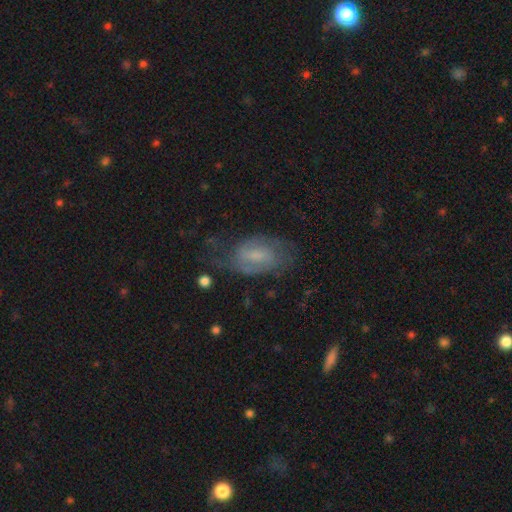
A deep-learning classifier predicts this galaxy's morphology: Q: Smooth or featured?
A: featured or disk (62%); runner-up: smooth (29%)
Q: Edge-on disk?
A: no (95%); runner-up: yes (5%)
Q: Bar?
A: weak (55%); runner-up: no (31%)
Q: Spiral arms?
A: yes (82%); runner-up: no (18%)
Q: Bulge size?
A: small (42%); runner-up: moderate (32%)
Q: Merging?
A: none (53%); runner-up: minor disturbance (25%)